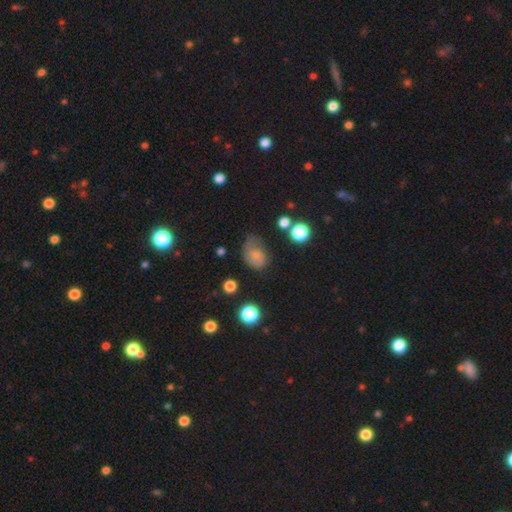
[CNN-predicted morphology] This is likely a smooth galaxy (61%). How rounded: likely in between (68%). Merging: marginally none (43%).